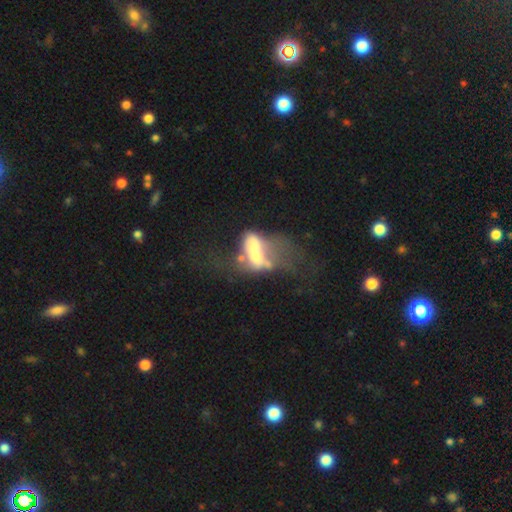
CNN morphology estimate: Smooth or featured? Predicted: featured or disk (p=0.55). Edge-on disk? Predicted: no (p=0.94). Bar? Predicted: no (p=0.72). Spiral arms? Predicted: no (p=0.86). Bulge size? Predicted: moderate (p=0.36). Merging? Predicted: merger (p=0.41).